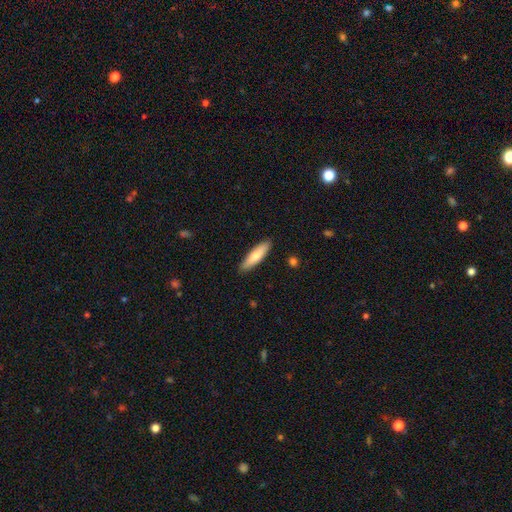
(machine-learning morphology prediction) Smooth or featured?
  - smooth: 75% *
  - featured or disk: 20%
  - star or artifact: 5%
How rounded?
  - cigar-shaped: 70% *
  - in between: 28%
  - round: 1%
Merging?
  - none: 89% *
  - minor disturbance: 8%
  - major disturbance: 2%
  - merger: 1%